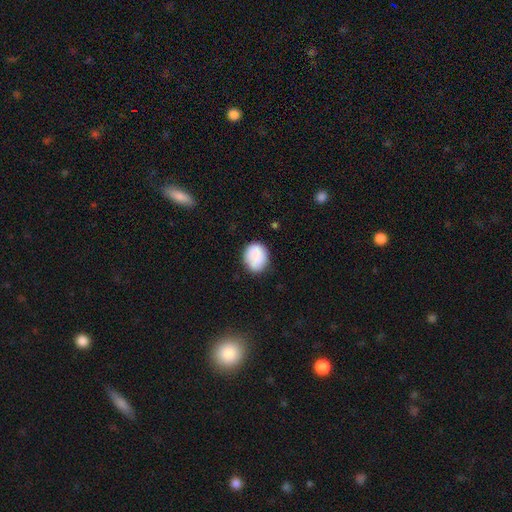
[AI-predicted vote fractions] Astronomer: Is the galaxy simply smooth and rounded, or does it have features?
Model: smooth — 87%.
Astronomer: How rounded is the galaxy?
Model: round — 58% (runner-up: in between, 41%).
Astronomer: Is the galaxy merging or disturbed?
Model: none — 76%.